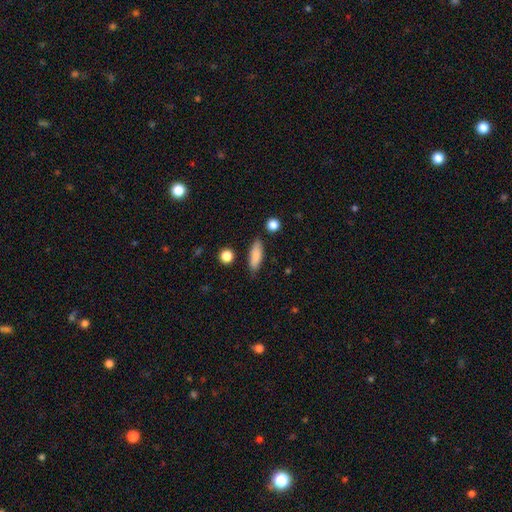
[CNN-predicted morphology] Smooth or featured? Predicted: smooth (p=0.84). How rounded? Predicted: in between (p=0.54). Merging? Predicted: none (p=0.82).